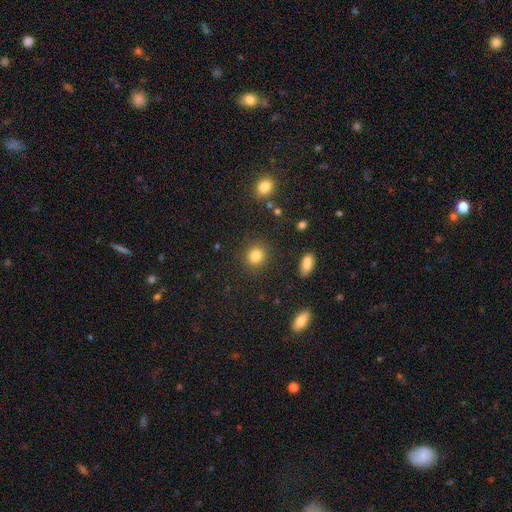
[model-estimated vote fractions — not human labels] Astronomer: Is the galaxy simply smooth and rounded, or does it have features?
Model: smooth — 83%.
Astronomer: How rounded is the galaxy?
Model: round — 82%.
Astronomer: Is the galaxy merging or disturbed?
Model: none — 87%.